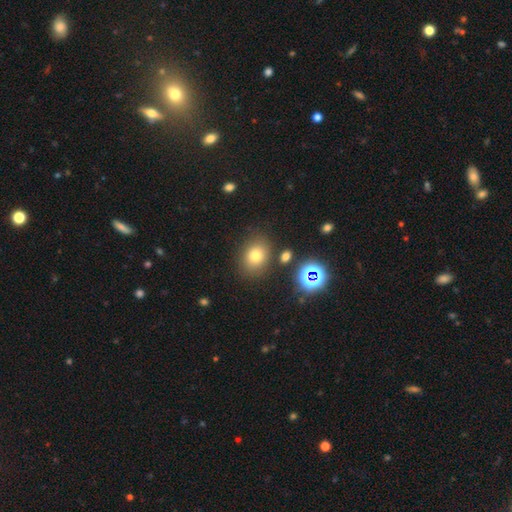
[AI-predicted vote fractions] This appears to be a smooth galaxy with no disk features (73%) that is round (52%). Merging: none (80%).